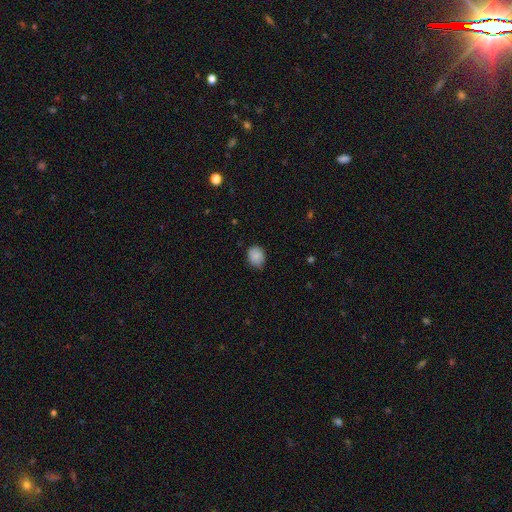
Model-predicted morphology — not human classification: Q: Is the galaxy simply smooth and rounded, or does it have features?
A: smooth — 87%.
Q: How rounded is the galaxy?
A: round — 52%.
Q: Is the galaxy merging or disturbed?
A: none — 72%.